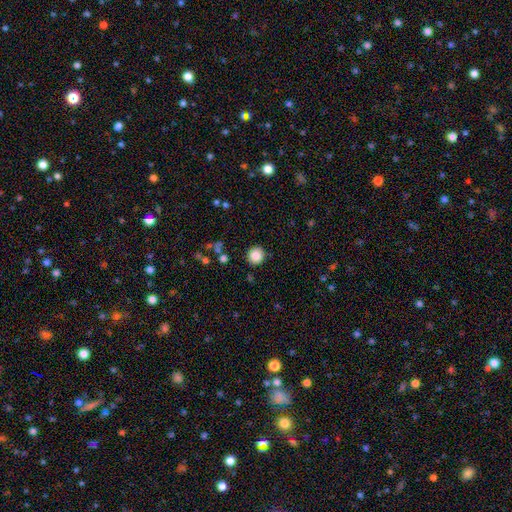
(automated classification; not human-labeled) This appears to be a smooth galaxy with no disk features (86%) that is round (94%). Merging: none (89%).